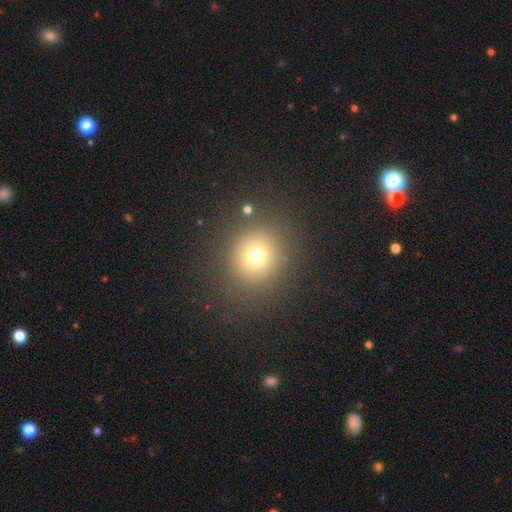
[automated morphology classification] Q: Smooth or featured?
A: smooth (71%); runner-up: star or artifact (18%)
Q: How rounded?
A: round (87%); runner-up: in between (12%)
Q: Merging?
A: none (85%); runner-up: minor disturbance (8%)